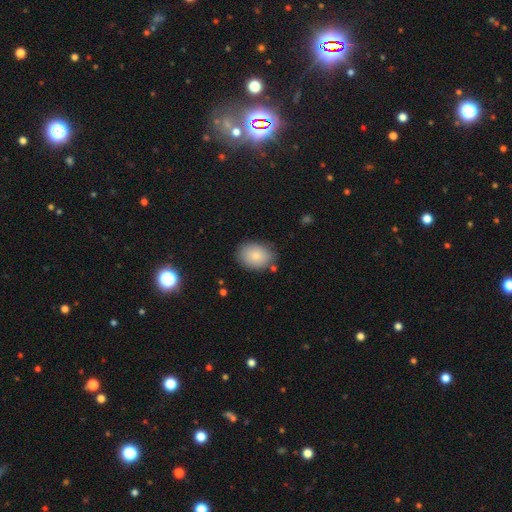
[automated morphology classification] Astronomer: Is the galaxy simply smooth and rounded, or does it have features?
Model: smooth — 84%.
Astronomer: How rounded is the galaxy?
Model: in between — 70%.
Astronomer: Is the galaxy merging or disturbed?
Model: none — 81%.